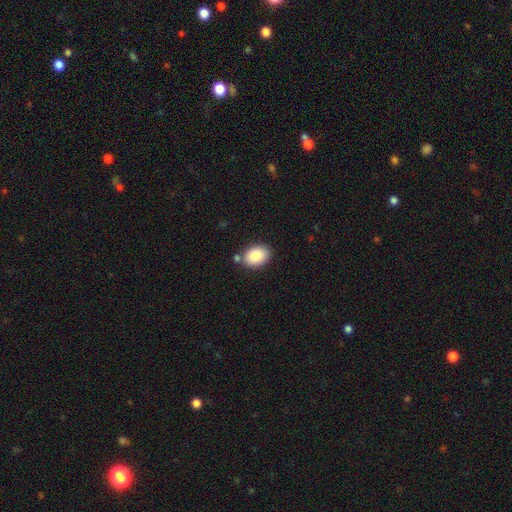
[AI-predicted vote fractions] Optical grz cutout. It shows a smooth galaxy with no disk features (88%) that is in between round and cigar-shaped (81%). Merging: none (76%).